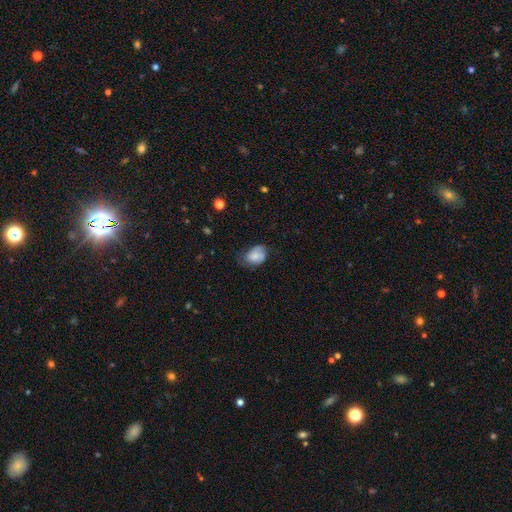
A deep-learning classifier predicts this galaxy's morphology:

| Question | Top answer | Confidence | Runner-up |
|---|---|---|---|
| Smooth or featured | smooth | 72% | featured or disk (20%) |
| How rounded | in between | 74% | round (25%) |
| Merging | none | 41% | minor disturbance (40%) |